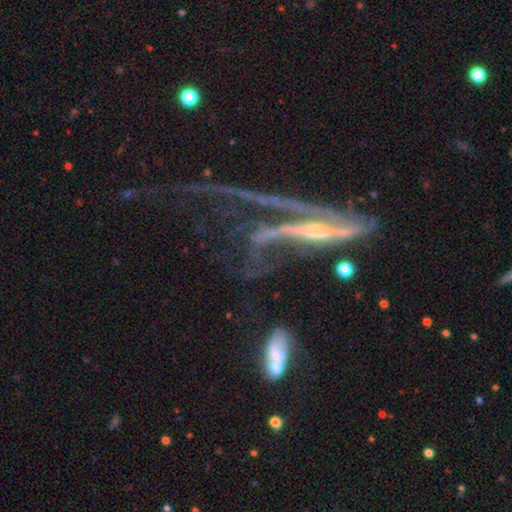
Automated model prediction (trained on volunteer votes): A featured or disk galaxy (76%). Merging: major disturbance (49%).